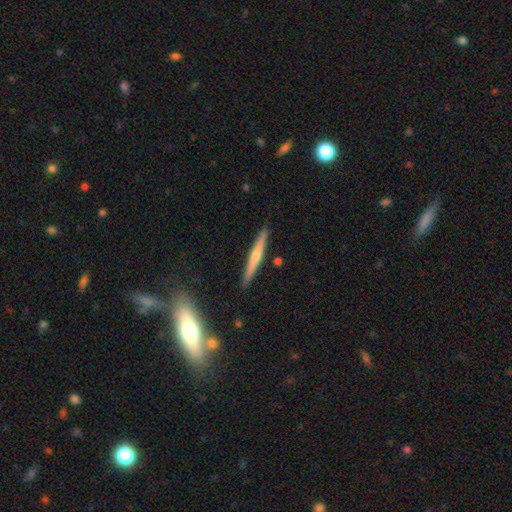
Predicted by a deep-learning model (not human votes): Smooth or featured: featured or disk — 62% (smooth — 32%)
Edge-on disk: yes — 97% (no — 3%)
Edge-on bulge: rounded — 79% (none — 15%)
Merging: none — 89% (minor disturbance — 7%)